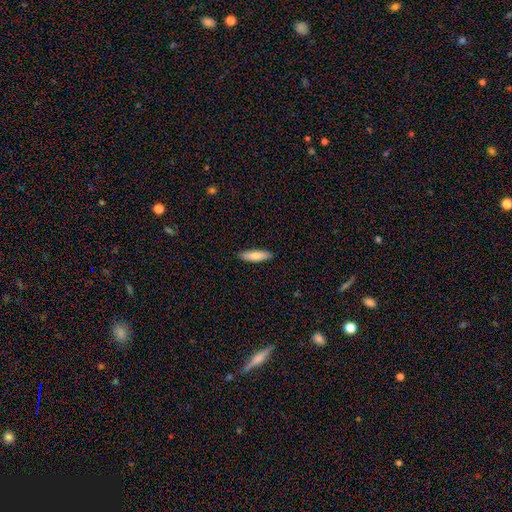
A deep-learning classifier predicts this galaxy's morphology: A smooth galaxy with no disk features (78%) that is cigar-shaped (62%). Merging: none (90%).